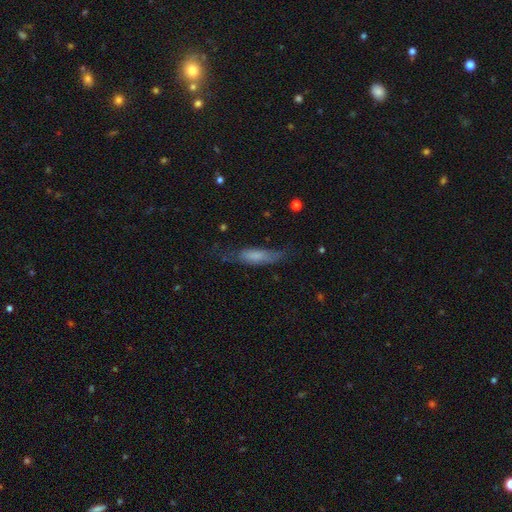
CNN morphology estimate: Smooth or featured: smooth — 63% (featured or disk — 29%)
How rounded: cigar-shaped — 58% (in between — 40%)
Merging: none — 49% (minor disturbance — 30%)